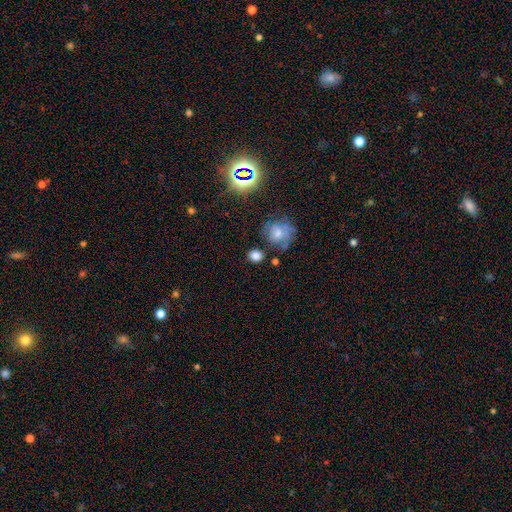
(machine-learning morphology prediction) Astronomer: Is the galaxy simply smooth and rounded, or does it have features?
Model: smooth — 79%.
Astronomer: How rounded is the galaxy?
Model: round — 63%.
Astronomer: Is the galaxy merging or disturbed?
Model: none — 75%.